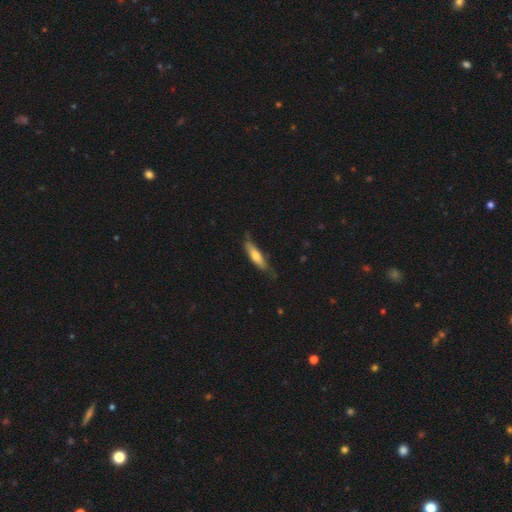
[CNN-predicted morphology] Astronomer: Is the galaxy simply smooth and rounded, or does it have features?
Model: smooth — 60%.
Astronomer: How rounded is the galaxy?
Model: cigar-shaped — 68%.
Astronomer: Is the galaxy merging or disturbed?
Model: none — 63%.